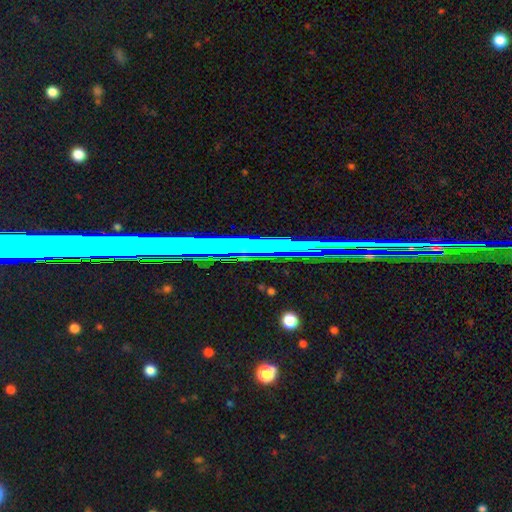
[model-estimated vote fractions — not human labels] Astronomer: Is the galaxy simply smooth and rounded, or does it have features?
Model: star or artifact — 66%.